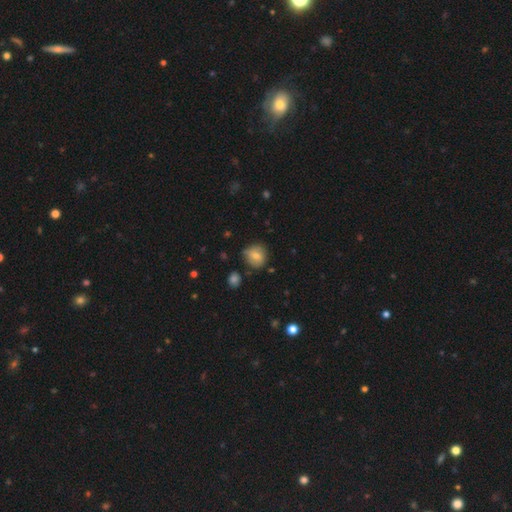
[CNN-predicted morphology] A smooth galaxy with no disk features (74%) that is round (80%). Merging: none (73%).